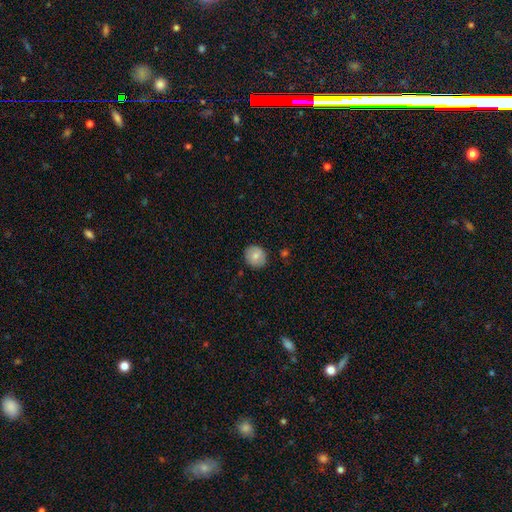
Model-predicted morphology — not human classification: Overall: smooth (75%). How rounded: round (86%). Merging: none (86%).